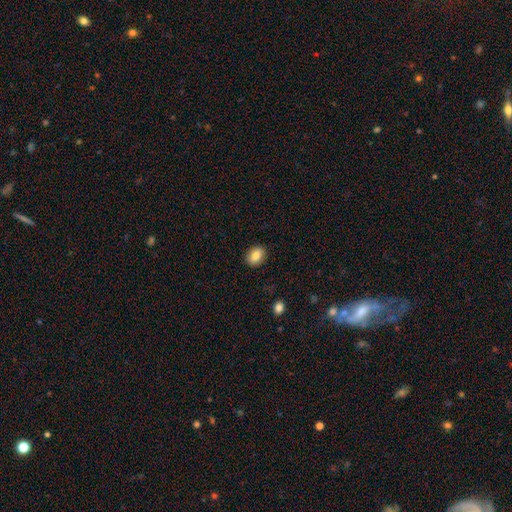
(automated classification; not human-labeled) A smooth galaxy with no disk features (85%) that is in between round and cigar-shaped (59%).

Vote fractions:
- Smooth or featured? smooth: 85% / star or artifact: 8% / featured or disk: 7%
- How rounded? in between: 59% / round: 39% / cigar-shaped: 1%
- Merging? none: 90% / minor disturbance: 7% / major disturbance: 2% / merger: 1%